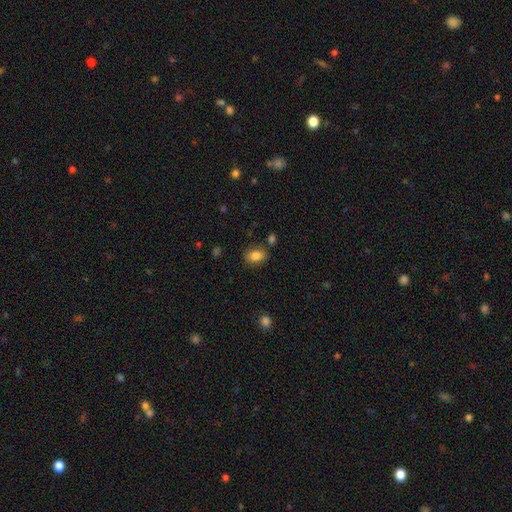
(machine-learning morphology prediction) smooth-or-featured: smooth: 83% | star or artifact: 9% | featured or disk: 8%
  how-rounded: in between: 77% | round: 21% | cigar-shaped: 2%
  merging: none: 79% | minor disturbance: 13% | merger: 5% | major disturbance: 3%